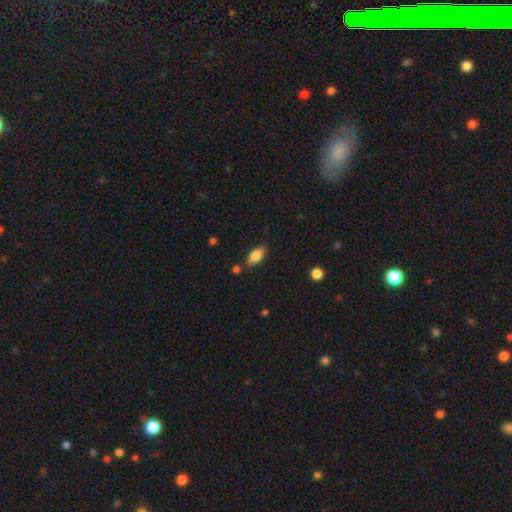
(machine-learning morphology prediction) A smooth galaxy with no disk features (81%) that is in between round and cigar-shaped (85%).

Vote fractions:
- Smooth or featured? smooth: 81% / featured or disk: 12% / star or artifact: 7%
- How rounded? in between: 85% / cigar-shaped: 12% / round: 3%
- Merging? none: 79% / minor disturbance: 13% / merger: 5% / major disturbance: 3%